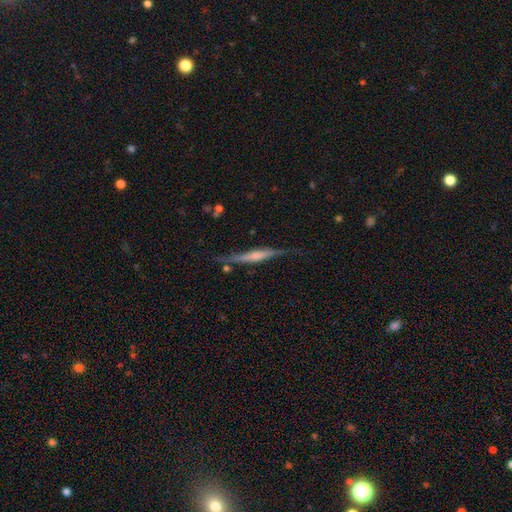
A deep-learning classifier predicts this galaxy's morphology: Smooth or featured? featured or disk (67%)
Edge-on disk? yes (95%)
Edge-on bulge? rounded (47%)
Merging? none (75%)